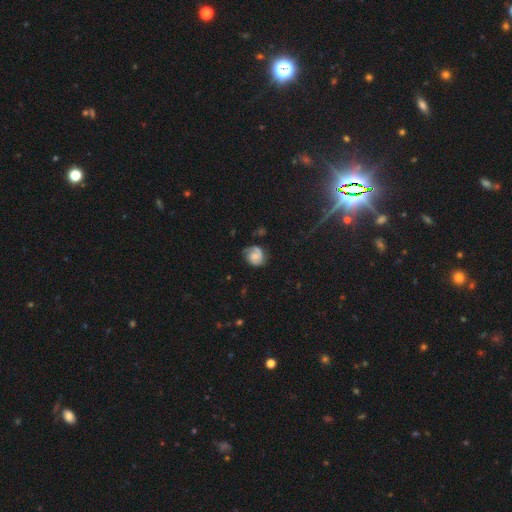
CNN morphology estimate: smooth_or_featured: featured or disk (p=0.60) [alt: smooth p=0.32]
disk_edge_on: no (p=0.98) [alt: yes p=0.02]
bar: no (p=0.68) [alt: weak p=0.27]
has_spiral_arms: yes (p=0.90) [alt: no p=0.10]
spiral_winding: tight (p=0.46) [alt: medium p=0.38]
spiral_arm_count: 2 (p=0.54) [alt: 1 p=0.31]
bulge_size: small (p=0.42) [alt: moderate p=0.39]
merging: none (p=0.60) [alt: minor disturbance p=0.26]